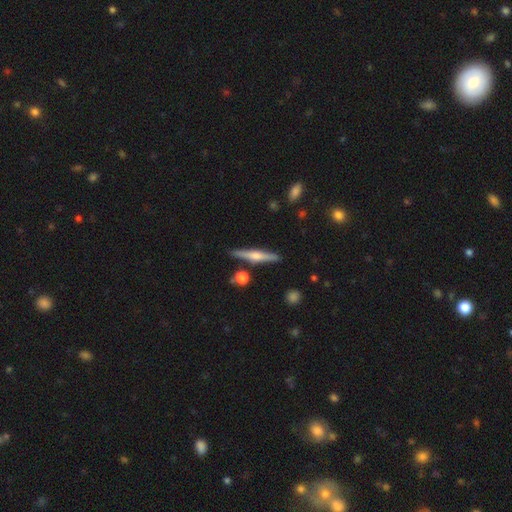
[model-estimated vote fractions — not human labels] featured or disk 65%, smooth 29%, star or artifact 6%. Down the decision tree: edge-on disk — yes (97%); edge-on bulge — rounded (85%); merging — none (87%).